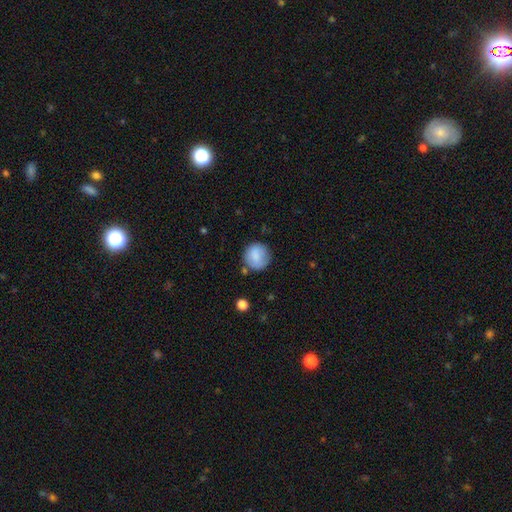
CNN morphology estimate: Q: Smooth or featured?
A: smooth (82%); runner-up: featured or disk (10%)
Q: How rounded?
A: round (91%); runner-up: in between (8%)
Q: Merging?
A: none (75%); runner-up: minor disturbance (17%)